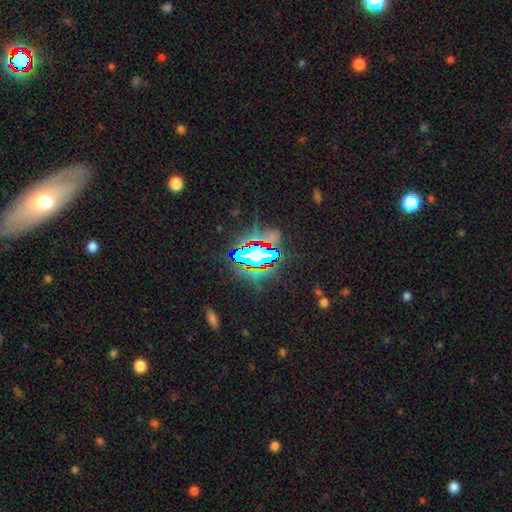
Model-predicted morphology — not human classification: The model was most divided on "smooth or featured": star or artifact: 71%, smooth: 15%, featured or disk: 14%.